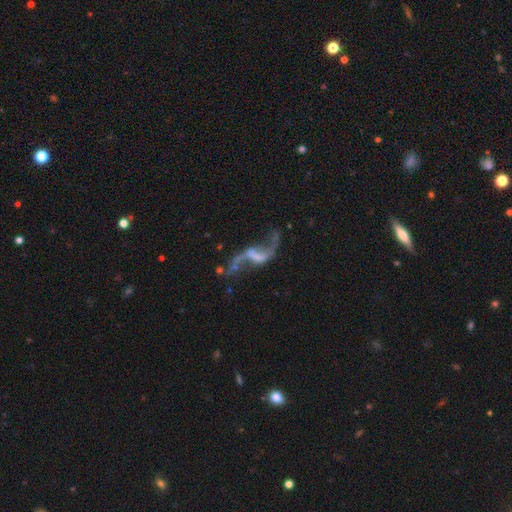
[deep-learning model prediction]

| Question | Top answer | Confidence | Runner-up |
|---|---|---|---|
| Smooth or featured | featured or disk | 87% | star or artifact (7%) |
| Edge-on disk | no | 96% | yes (4%) |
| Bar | weak | 39% | strong (37%) |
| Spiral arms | yes | 92% | no (8%) |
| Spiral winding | loose | 94% | medium (5%) |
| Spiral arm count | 2 | 92% | 1 (4%) |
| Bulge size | none | 64% | small (22%) |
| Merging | none | 58% | major disturbance (18%) |